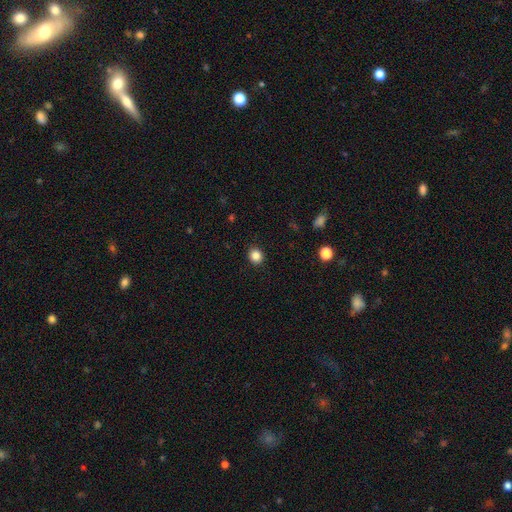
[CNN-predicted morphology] This appears to be a smooth galaxy with no disk features (86%) that is round (81%). Merging: none (91%).